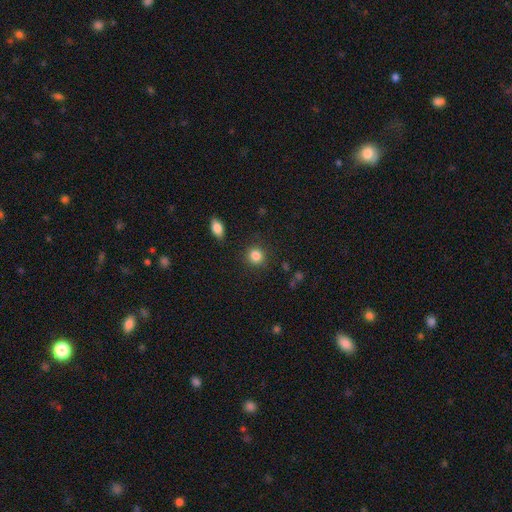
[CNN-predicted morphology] This is clearly a smooth galaxy (85%). How rounded: clearly round (88%). Merging: clearly none (88%).